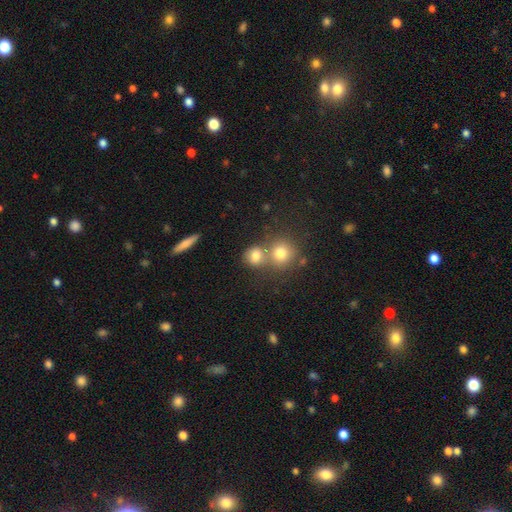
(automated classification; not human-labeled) Overall: smooth (78%). How rounded: round (73%). Merging: none (48%; merger 39%).